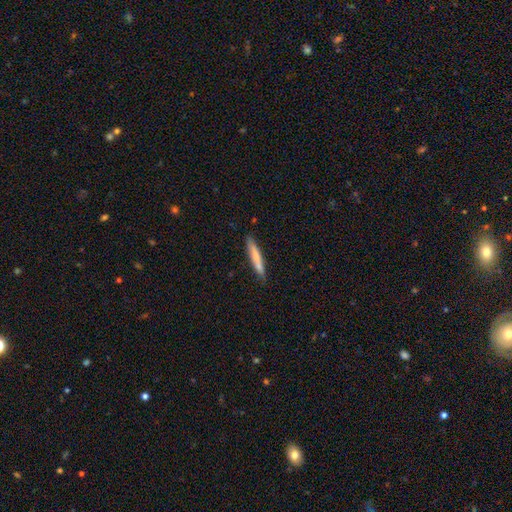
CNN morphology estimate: smooth-or-featured: smooth: 73% | featured or disk: 21% | star or artifact: 6%
  how-rounded: cigar-shaped: 92% | in between: 6% | round: 1%
  merging: none: 83% | minor disturbance: 13% | merger: 3% | major disturbance: 2%